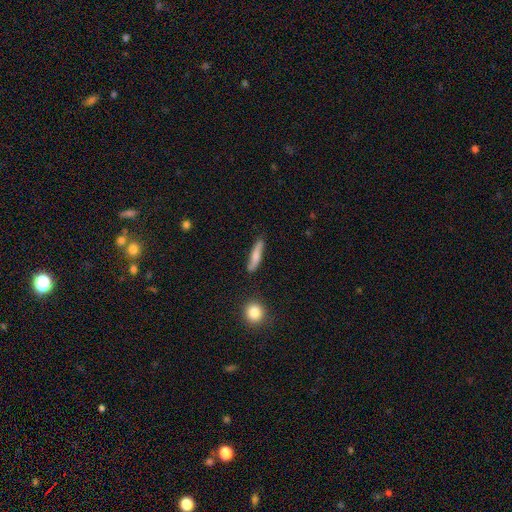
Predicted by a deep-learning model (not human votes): Smooth or featured? Predicted: smooth (p=0.64). How rounded? Predicted: cigar-shaped (p=0.81). Merging? Predicted: none (p=0.78).